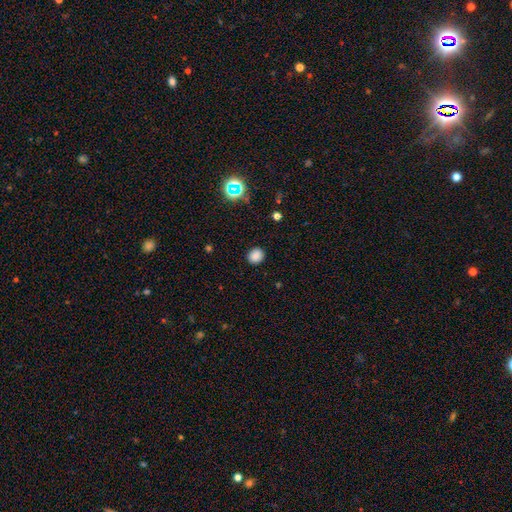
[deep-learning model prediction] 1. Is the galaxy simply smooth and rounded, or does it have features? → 84% smooth, 13% star or artifact, 3% featured or disk.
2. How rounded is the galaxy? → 75% round, 24% in between, 1% cigar-shaped.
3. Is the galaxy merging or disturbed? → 90% none, 7% minor disturbance, 2% major disturbance, 1% merger.